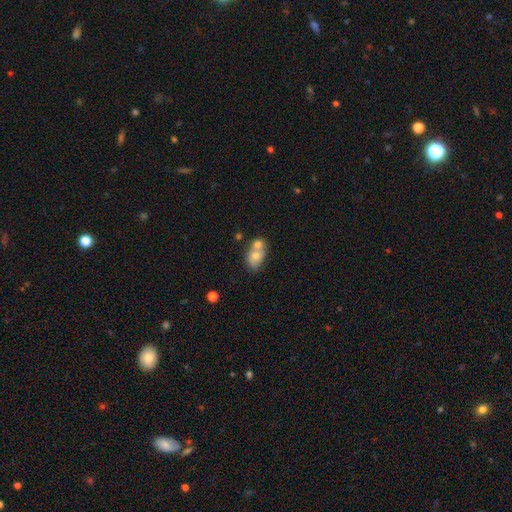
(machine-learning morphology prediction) A smooth galaxy with no disk features (70%) that is in between round and cigar-shaped (74%).

Vote fractions:
- Smooth or featured? smooth: 70% / featured or disk: 21% / star or artifact: 8%
- How rounded? in between: 74% / round: 24% / cigar-shaped: 2%
- Merging? merger: 56% / none: 30% / minor disturbance: 10% / major disturbance: 4%